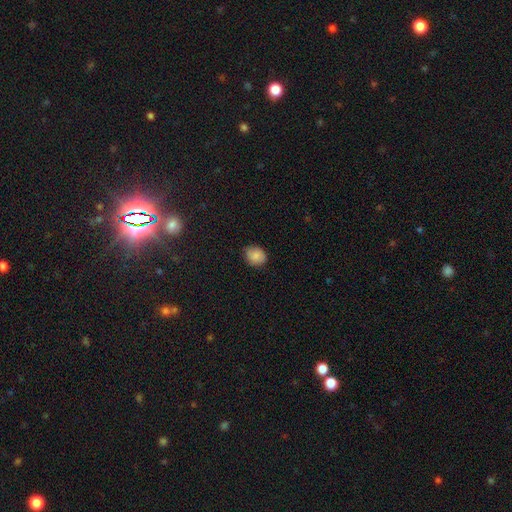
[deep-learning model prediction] The model was most divided on "how rounded": round: 55%, in between: 44%, cigar-shaped: 1%. More confident: smooth or featured — smooth (84%); merging — none (79%).